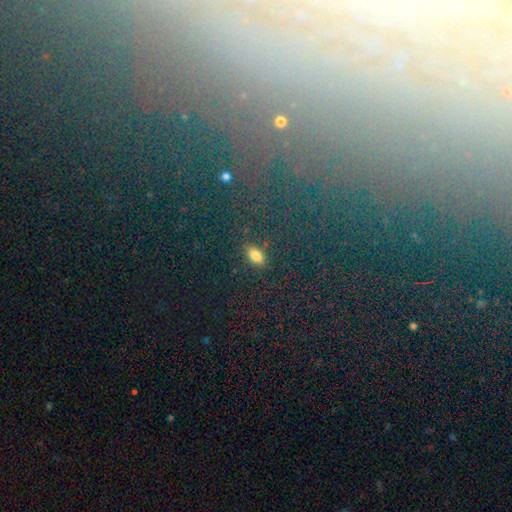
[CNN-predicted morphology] Overall: smooth (75%). How rounded: in between (87%). Merging: none (85%).